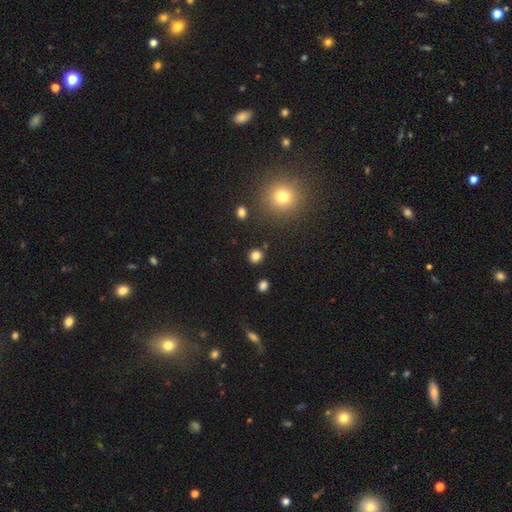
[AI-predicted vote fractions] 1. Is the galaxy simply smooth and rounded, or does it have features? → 81% smooth, 15% star or artifact, 5% featured or disk.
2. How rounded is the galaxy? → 87% round, 12% in between, 1% cigar-shaped.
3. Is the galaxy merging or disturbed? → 87% none, 7% minor disturbance, 3% merger, 3% major disturbance.